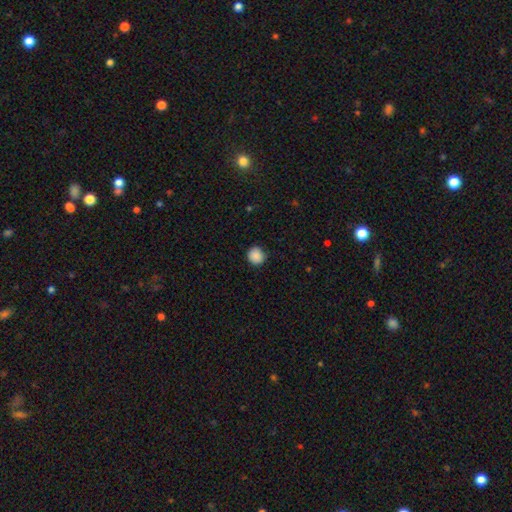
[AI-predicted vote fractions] Smooth or featured?
  - smooth: 88% *
  - star or artifact: 9%
  - featured or disk: 3%
How rounded?
  - round: 90% *
  - in between: 9%
  - cigar-shaped: 1%
Merging?
  - none: 88% *
  - minor disturbance: 9%
  - major disturbance: 2%
  - merger: 1%